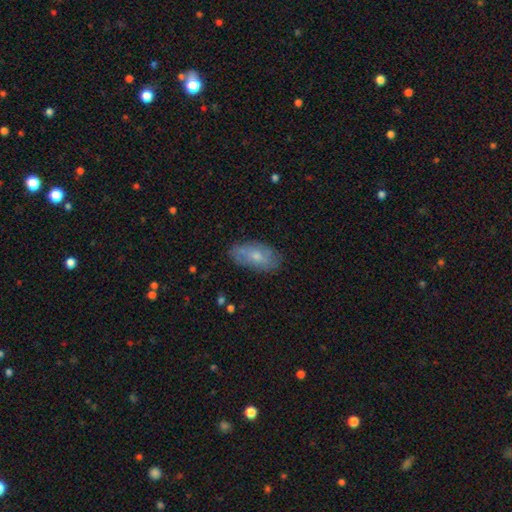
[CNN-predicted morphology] The model was most divided on "smooth or featured": smooth: 59%, featured or disk: 34%, star or artifact: 7%. More confident: how rounded — in between (91%); merging — none (74%).